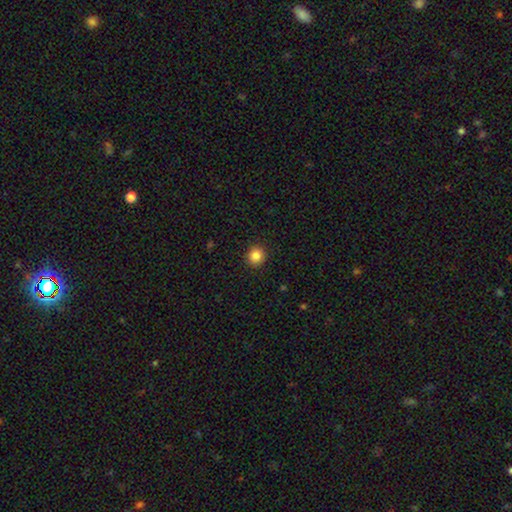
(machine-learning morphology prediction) This appears to be a smooth galaxy with no disk features (86%) that is round (90%). Merging: none (92%).